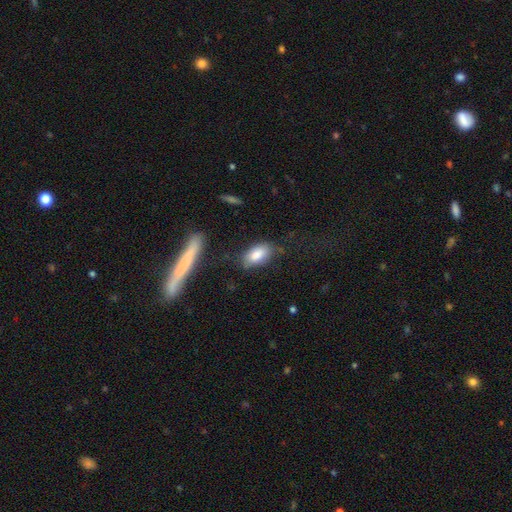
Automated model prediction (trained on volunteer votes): This is clearly a smooth galaxy (83%). How rounded: clearly in between (90%). Merging: likely none (69%).